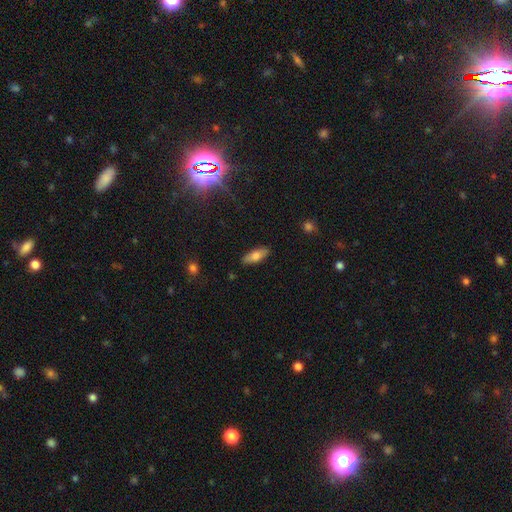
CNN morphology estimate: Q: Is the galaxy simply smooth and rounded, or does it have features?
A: smooth — 73%.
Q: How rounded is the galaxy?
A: in between — 67%.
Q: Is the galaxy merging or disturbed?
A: none — 88%.